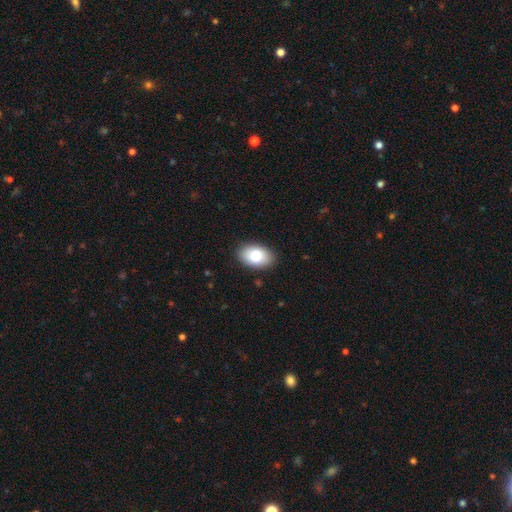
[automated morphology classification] Smooth or featured: smooth — 78% (featured or disk — 15%)
How rounded: in between — 89% (round — 10%)
Merging: none — 89% (minor disturbance — 8%)